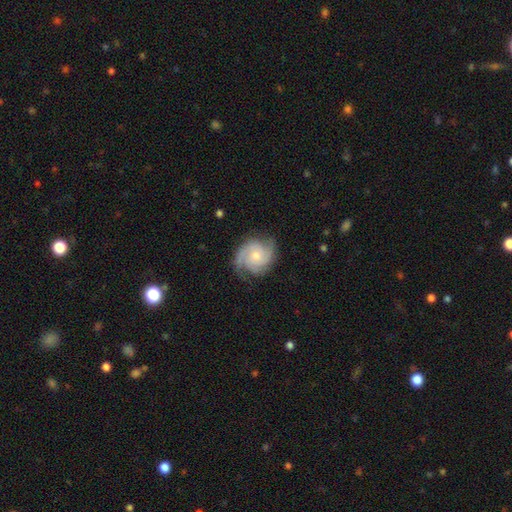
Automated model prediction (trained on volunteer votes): Q: Smooth or featured?
A: featured or disk (82%); runner-up: smooth (13%)
Q: Edge-on disk?
A: no (98%); runner-up: yes (2%)
Q: Bar?
A: no (73%); runner-up: weak (24%)
Q: Spiral arms?
A: yes (97%); runner-up: no (3%)
Q: Spiral winding?
A: tight (46%); runner-up: medium (42%)
Q: Spiral arm count?
A: 2 (44%); runner-up: 3 (33%)
Q: Bulge size?
A: small (52%); runner-up: moderate (43%)
Q: Merging?
A: none (74%); runner-up: minor disturbance (18%)